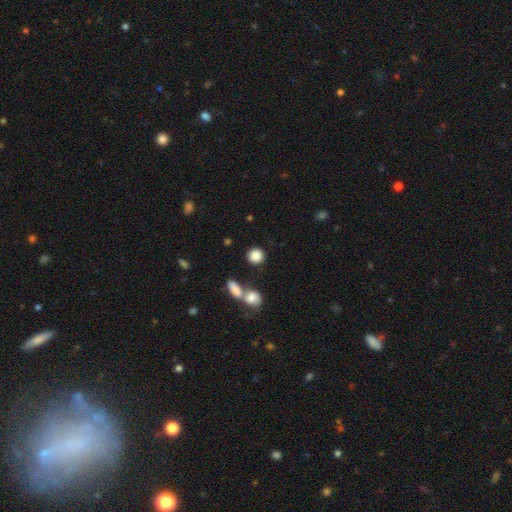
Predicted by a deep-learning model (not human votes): This appears to be a smooth galaxy with no disk features (85%) that is round (84%). Merging: none (75%).